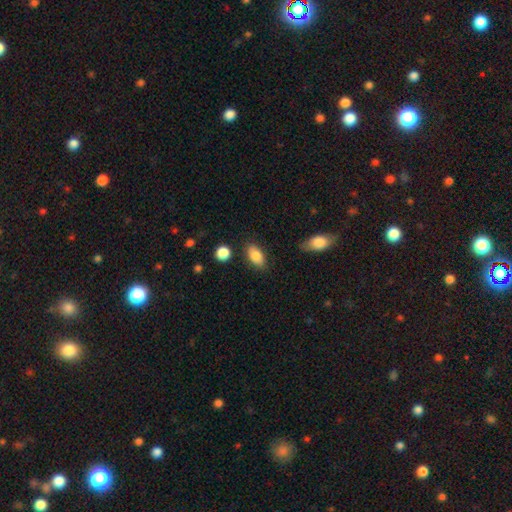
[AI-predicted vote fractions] smooth-or-featured: smooth: 85% | featured or disk: 8% | star or artifact: 7%
  how-rounded: in between: 90% | round: 5% | cigar-shaped: 5%
  merging: none: 80% | minor disturbance: 13% | merger: 3% | major disturbance: 3%